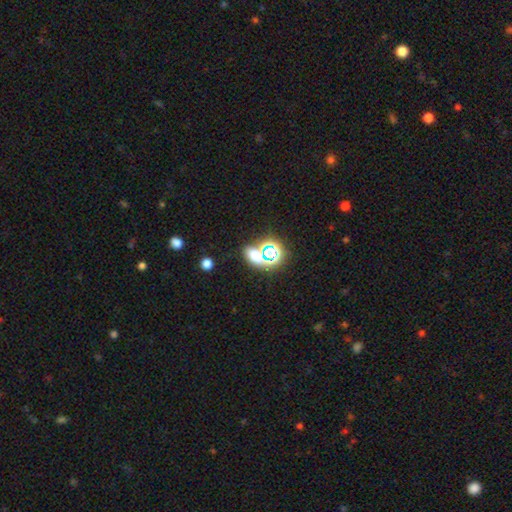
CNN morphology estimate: This appears to be a smooth galaxy with no disk features (48%). Merging: none (66%).